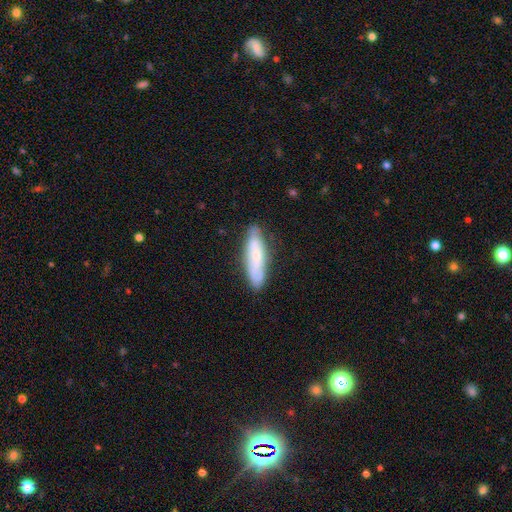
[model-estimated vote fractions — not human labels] Morphology: type=smooth (52%); roundness=cigar-shaped (67%); merging=none (78%).